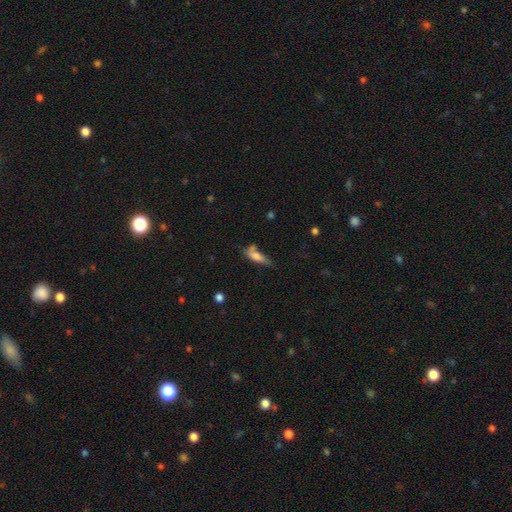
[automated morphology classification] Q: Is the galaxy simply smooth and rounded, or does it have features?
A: smooth — 69%.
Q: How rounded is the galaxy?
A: cigar-shaped — 49%.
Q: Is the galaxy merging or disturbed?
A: none — 43%.